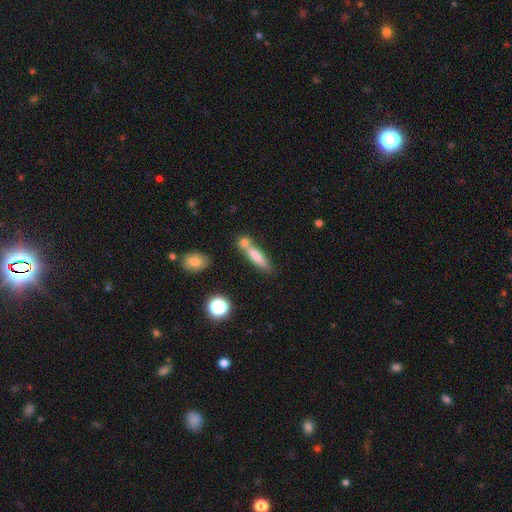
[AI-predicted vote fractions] This appears to be a smooth galaxy with no disk features (69%) that is cigar-shaped (74%). Merging: none (54%).